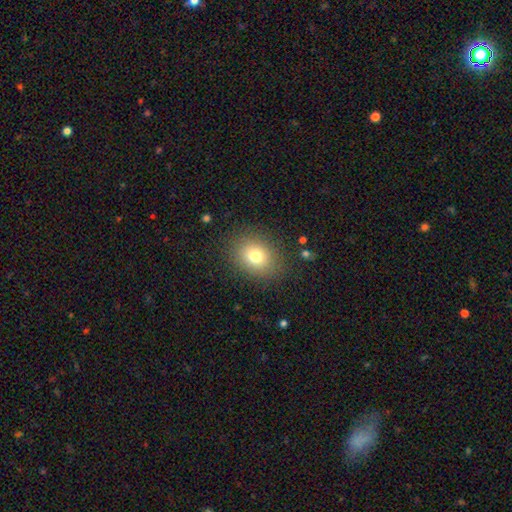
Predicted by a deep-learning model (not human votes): The model was most divided on "how rounded": round: 51%, in between: 48%, cigar-shaped: 1%. More confident: merging — none (85%); smooth or featured — smooth (77%).